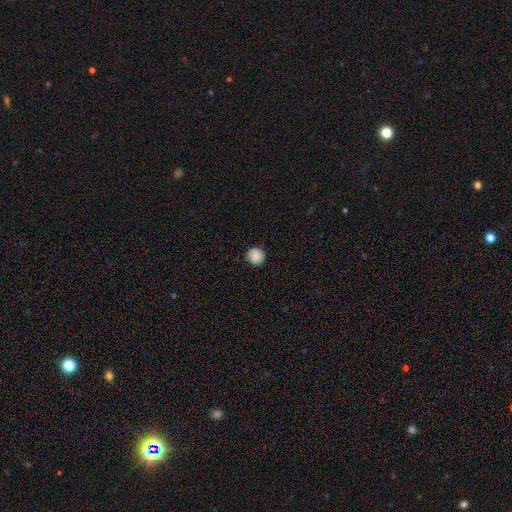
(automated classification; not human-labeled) Smooth or featured? Predicted: smooth (p=0.87). How rounded? Predicted: round (p=0.90). Merging? Predicted: none (p=0.88).